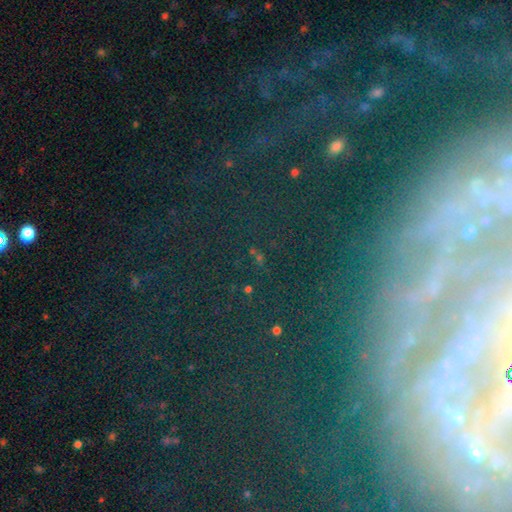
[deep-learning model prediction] Overall: star or artifact (44%; featured or disk 36%).